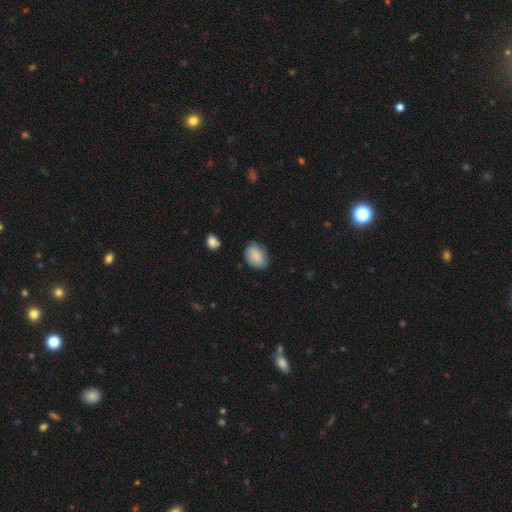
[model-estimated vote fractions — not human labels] A smooth galaxy with no disk features (85%) that is in between round and cigar-shaped (78%).

Vote fractions:
- Smooth or featured? smooth: 85% / featured or disk: 8% / star or artifact: 7%
- How rounded? in between: 78% / round: 20% / cigar-shaped: 1%
- Merging? none: 72% / minor disturbance: 22% / major disturbance: 4% / merger: 2%